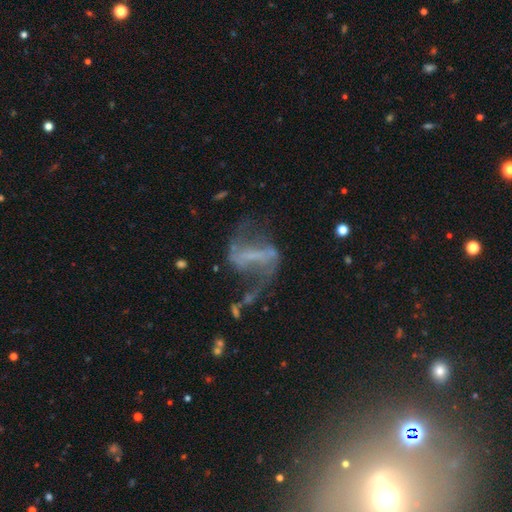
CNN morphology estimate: The model was most divided on "merging": none: 55%, major disturbance: 23%, minor disturbance: 16%, merger: 6%. More confident: edge-on disk — no (96%); spiral arm count — 2 (87%); spiral arms — yes (86%); smooth or featured — featured or disk (80%); spiral winding — loose (68%); bar — strong (64%); bulge size — none (62%).